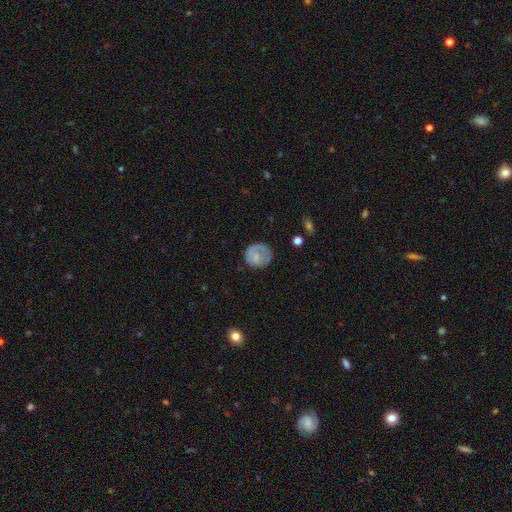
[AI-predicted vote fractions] A smooth galaxy with no disk features (69%) that is round (86%).

Vote fractions:
- Smooth or featured? smooth: 69% / featured or disk: 23% / star or artifact: 7%
- How rounded? round: 86% / in between: 13% / cigar-shaped: 1%
- Merging? none: 62% / minor disturbance: 23% / major disturbance: 13% / merger: 2%